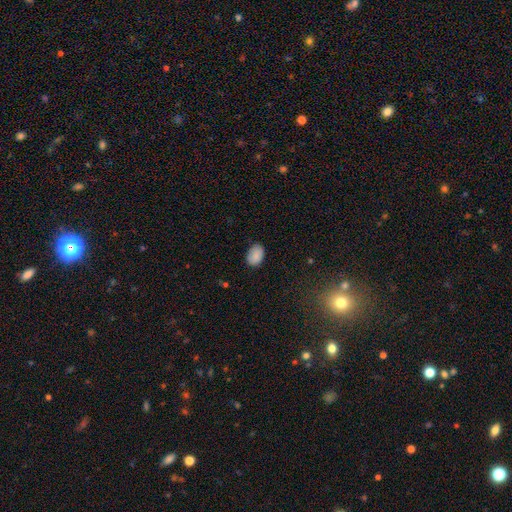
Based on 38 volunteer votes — smooth-or-featured: smooth: 97% | featured or disk: 3% | star or artifact: 0%
  how-rounded: in between: 81% | round: 19% | cigar-shaped: 0%
  merging: none: 71% | minor disturbance: 24% | major disturbance: 3% | merger: 3%